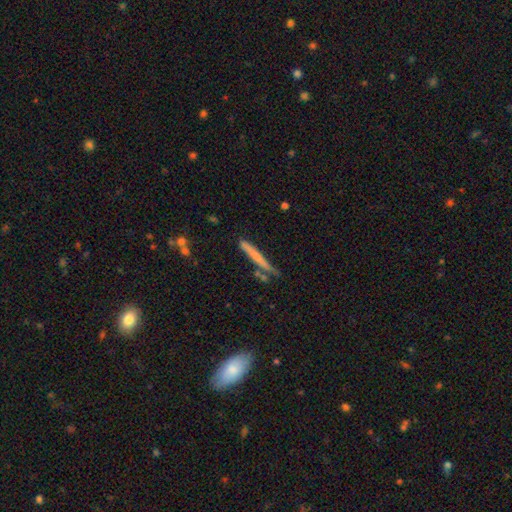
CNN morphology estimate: Q: Smooth or featured?
A: smooth (62%); runner-up: featured or disk (32%)
Q: How rounded?
A: cigar-shaped (96%); runner-up: in between (3%)
Q: Merging?
A: none (75%); runner-up: minor disturbance (16%)